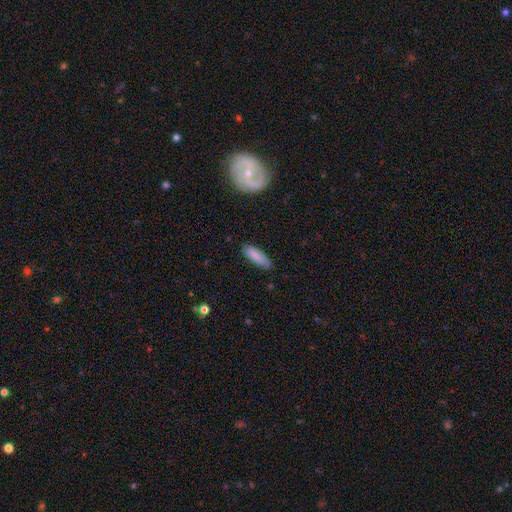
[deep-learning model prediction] The model was most divided on "how rounded": in between: 53%, cigar-shaped: 45%, round: 2%. More confident: smooth or featured — smooth (86%); merging — none (83%).